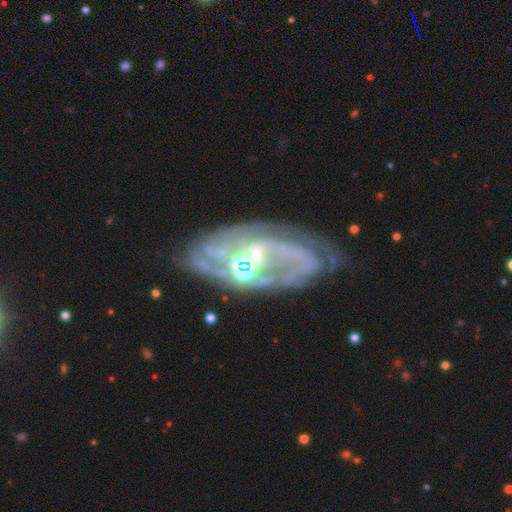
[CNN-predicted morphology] Q: Smooth or featured?
A: featured or disk (82%); runner-up: smooth (9%)
Q: Edge-on disk?
A: no (92%); runner-up: yes (8%)
Q: Bar?
A: weak (39%); runner-up: no (38%)
Q: Spiral arms?
A: yes (76%); runner-up: no (24%)
Q: Spiral winding?
A: tight (39%); runner-up: medium (38%)
Q: Spiral arm count?
A: can't tell (37%); runner-up: 2 (36%)
Q: Bulge size?
A: moderate (46%); runner-up: small (36%)
Q: Merging?
A: none (56%); runner-up: minor disturbance (20%)